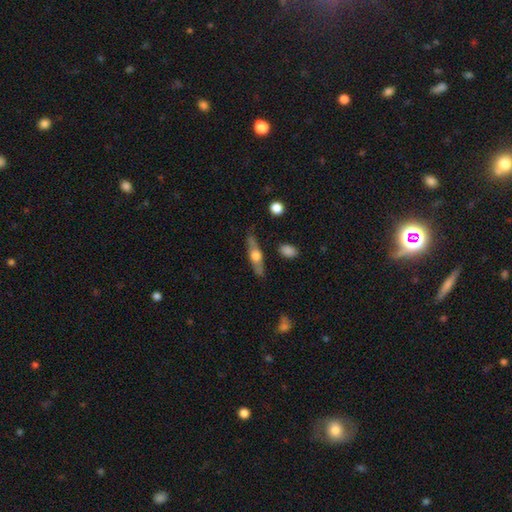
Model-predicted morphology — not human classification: smooth-or-featured: featured or disk: 54% | smooth: 40% | star or artifact: 6%
  disk-edge-on: yes: 87% | no: 13%
  merging: none: 78% | minor disturbance: 15% | major disturbance: 4% | merger: 3%